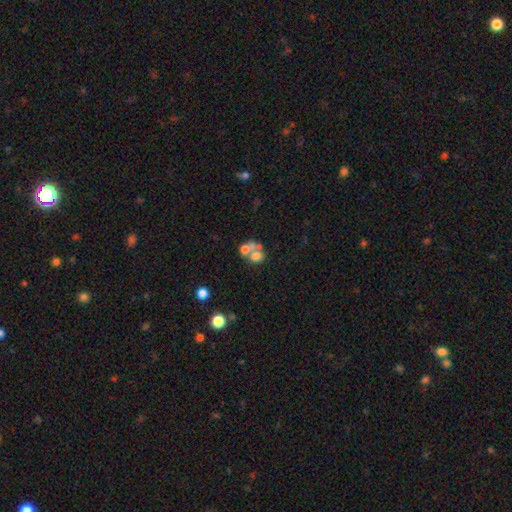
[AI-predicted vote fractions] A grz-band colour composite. It shows a smooth galaxy with no disk features (57%) that is round (56%). Merging: merger (60%).